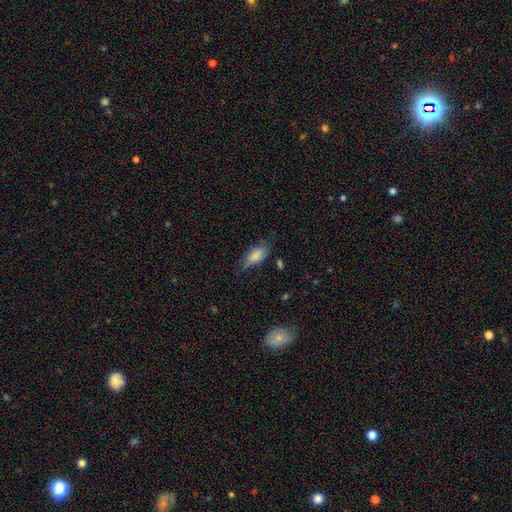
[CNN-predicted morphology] A smooth galaxy with no disk features (78%) that is in between round and cigar-shaped (87%). Merging: none (56%).